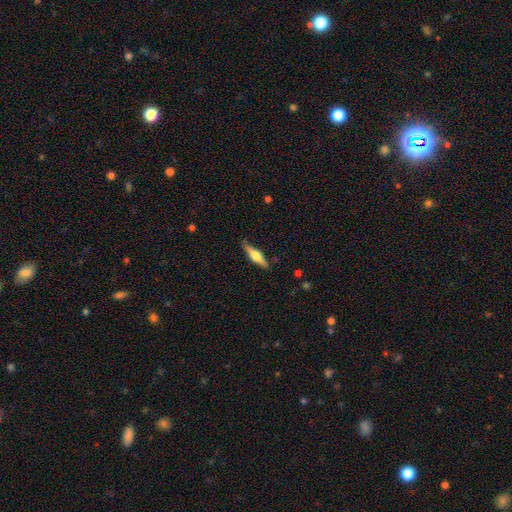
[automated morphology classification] This is possibly a featured or disk galaxy (58%). It is clearly viewed edge-on (96%). Edge-on bulge: clearly rounded (90%). Merging: clearly none (85%).